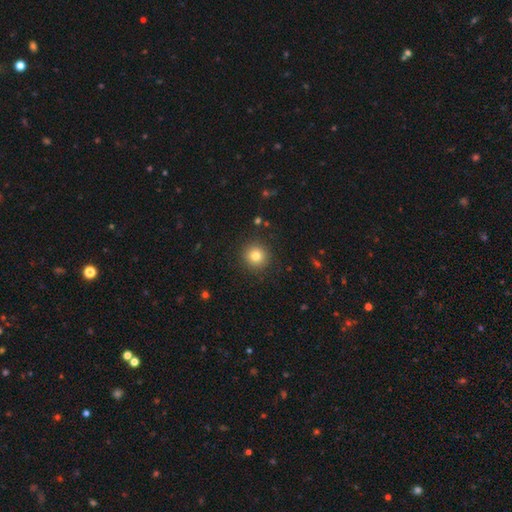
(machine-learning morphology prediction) smooth-or-featured: smooth: 80% | star or artifact: 12% | featured or disk: 8%
  how-rounded: round: 94% | in between: 5% | cigar-shaped: 1%
  merging: none: 91% | minor disturbance: 6% | major disturbance: 2% | merger: 1%